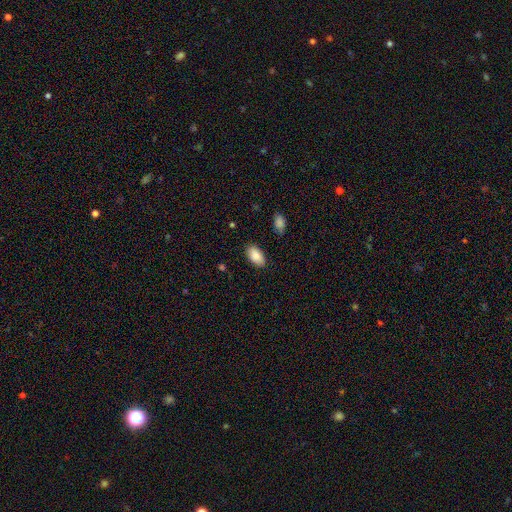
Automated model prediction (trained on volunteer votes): This appears to be a smooth galaxy with no disk features (88%) that is in between round and cigar-shaped (94%). Merging: none (86%).